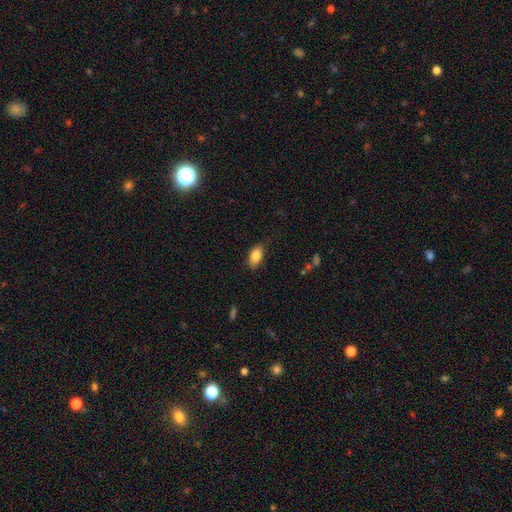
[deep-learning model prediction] Overall: smooth (84%). How rounded: in between (90%). Merging: none (80%).